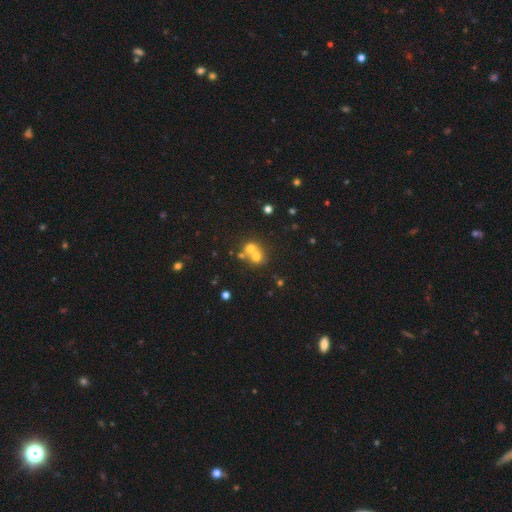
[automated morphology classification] Smooth or featured: smooth — 62% (featured or disk — 22%)
How rounded: round — 79% (in between — 20%)
Merging: merger — 60% (none — 32%)